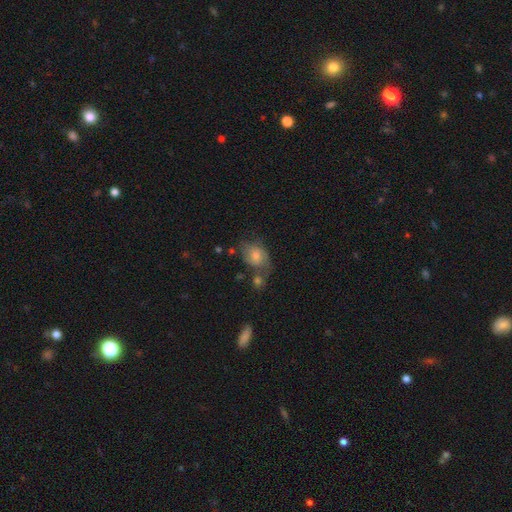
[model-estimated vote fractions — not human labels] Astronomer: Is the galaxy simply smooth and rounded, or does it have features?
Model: featured or disk — 46% (runner-up: smooth, 41%).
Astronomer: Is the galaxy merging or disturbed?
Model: none — 50%.